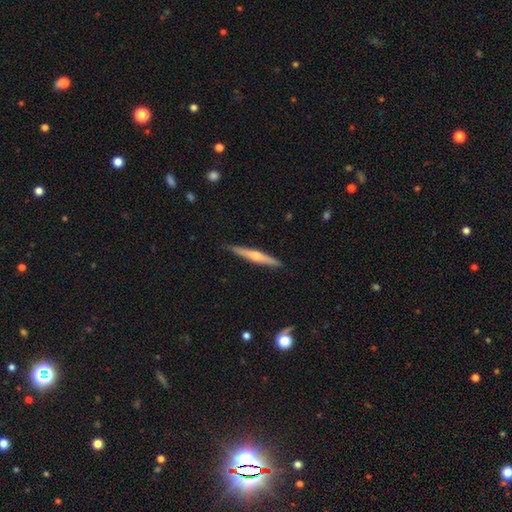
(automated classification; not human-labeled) This appears to be a featured or disk galaxy (64%) viewed edge-on (97%) with a rounded central bulge (87%). Merging: none (89%).